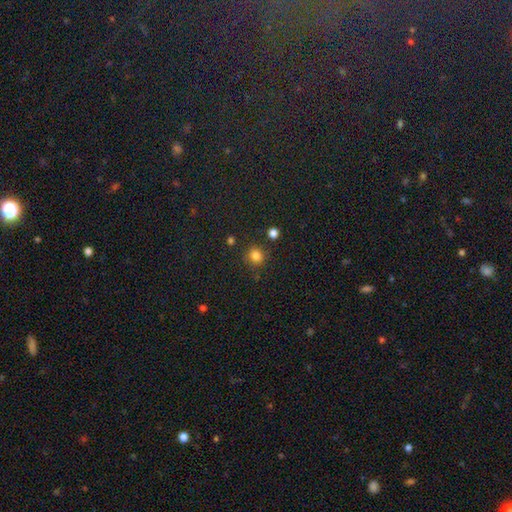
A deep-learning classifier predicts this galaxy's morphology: smooth-or-featured: smooth: 81% | star or artifact: 14% | featured or disk: 5%
  how-rounded: round: 83% | in between: 16% | cigar-shaped: 1%
  merging: none: 81% | minor disturbance: 10% | merger: 5% | major disturbance: 3%